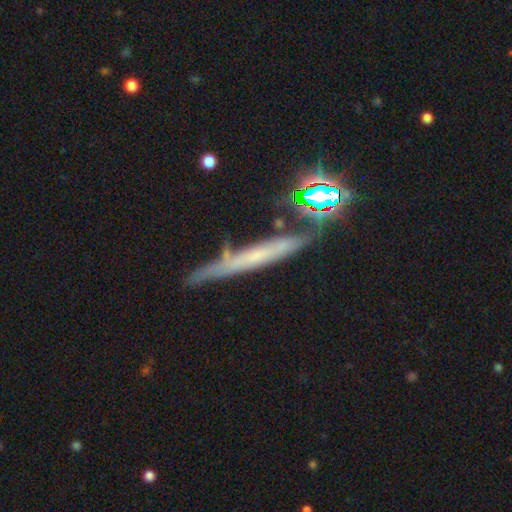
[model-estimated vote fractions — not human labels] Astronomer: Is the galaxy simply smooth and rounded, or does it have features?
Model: featured or disk — 50% (runner-up: smooth, 31%).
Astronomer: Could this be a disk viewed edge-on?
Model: yes — 83%.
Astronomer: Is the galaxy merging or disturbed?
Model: none — 74%.